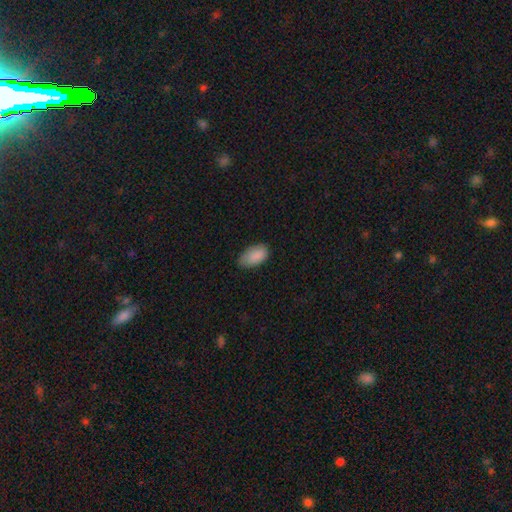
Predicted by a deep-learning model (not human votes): A smooth galaxy with no disk features (89%) that is in between round and cigar-shaped (95%). Merging: none (72%).